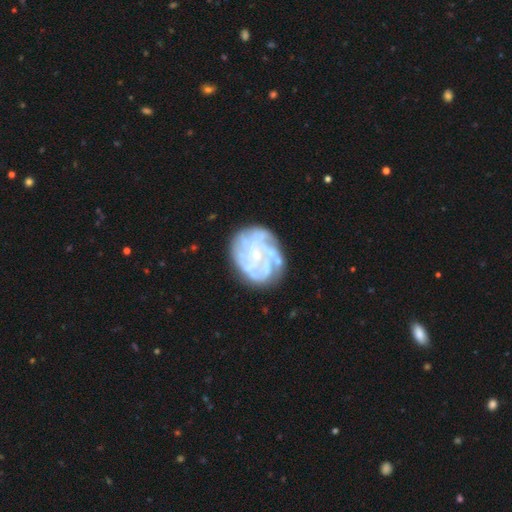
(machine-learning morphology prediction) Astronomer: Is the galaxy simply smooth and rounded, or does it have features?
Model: featured or disk — 79%.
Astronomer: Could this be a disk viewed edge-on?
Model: no — 98%.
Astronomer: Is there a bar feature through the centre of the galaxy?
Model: no — 75%.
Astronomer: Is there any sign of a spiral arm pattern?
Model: yes — 87%.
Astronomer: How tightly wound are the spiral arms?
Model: tight — 59%.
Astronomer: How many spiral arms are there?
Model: can't tell — 31% (runner-up: 4, 25%).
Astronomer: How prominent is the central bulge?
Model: small — 71%.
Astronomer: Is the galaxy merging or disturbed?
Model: none — 72%.